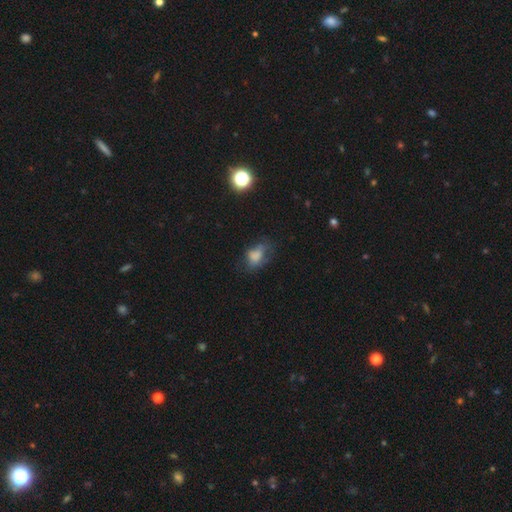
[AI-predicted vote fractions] A smooth galaxy with no disk features (69%) that is in between round and cigar-shaped (76%). Merging: none (43%).